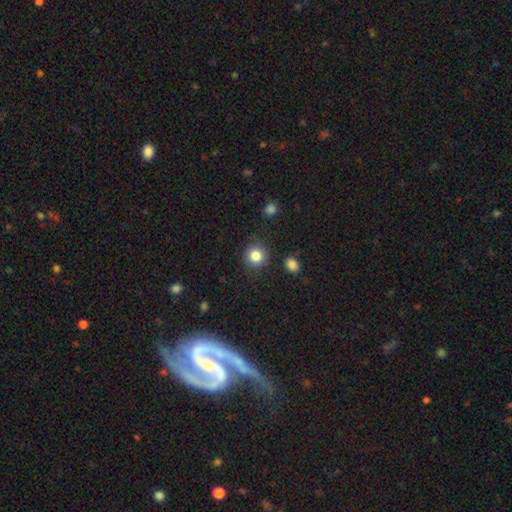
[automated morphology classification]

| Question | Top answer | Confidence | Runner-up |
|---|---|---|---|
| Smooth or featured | smooth | 84% | star or artifact (11%) |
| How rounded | round | 89% | in between (10%) |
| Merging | none | 87% | minor disturbance (8%) |